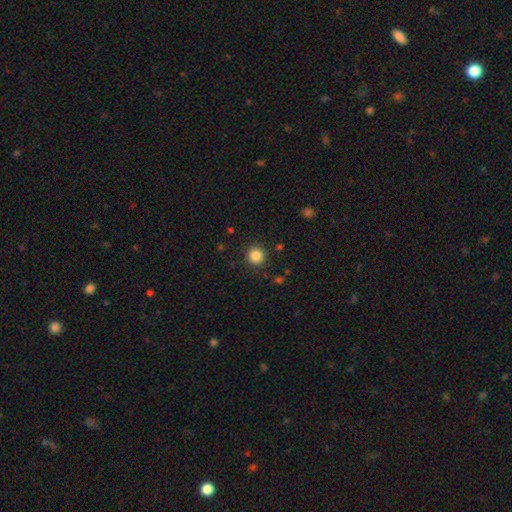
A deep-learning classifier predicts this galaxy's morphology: type=smooth (85%); roundness=round (94%); merging=none (90%).